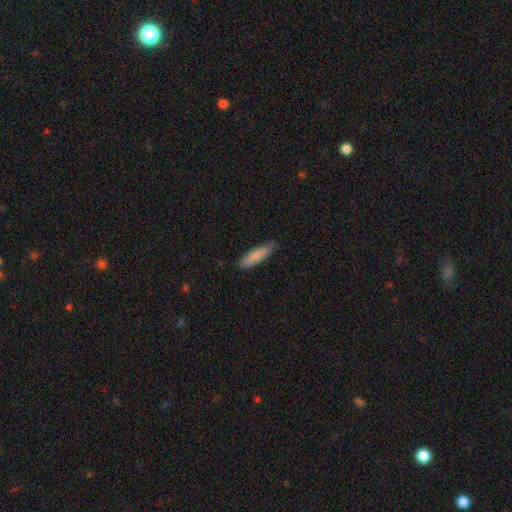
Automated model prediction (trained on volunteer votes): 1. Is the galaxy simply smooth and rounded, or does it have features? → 85% smooth, 9% featured or disk, 6% star or artifact.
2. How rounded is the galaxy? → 71% cigar-shaped, 28% in between, 1% round.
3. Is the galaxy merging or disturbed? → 81% none, 16% minor disturbance, 2% major disturbance, 1% merger.